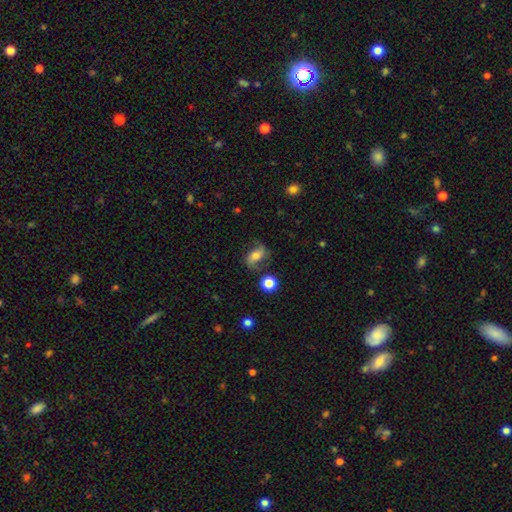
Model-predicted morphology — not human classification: A featured or disk galaxy (56%) with no bar (45%), spiral arms (88%) and a moderate central bulge (57%). Merging: none (70%).